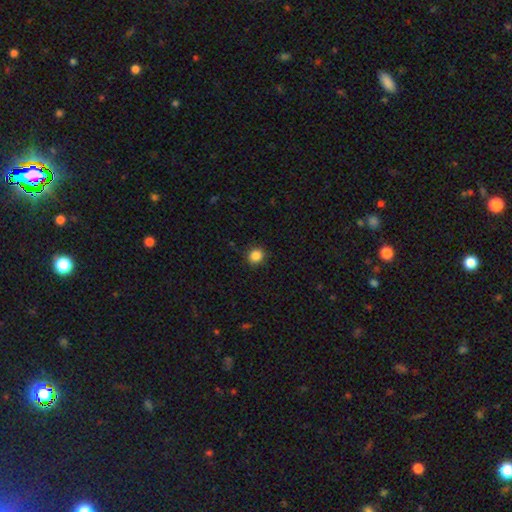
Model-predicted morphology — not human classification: A smooth galaxy with no disk features (87%) that is round (83%). Merging: none (89%).